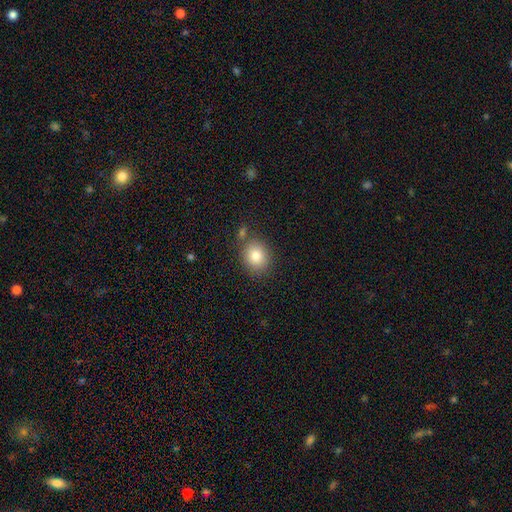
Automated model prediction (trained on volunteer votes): smooth 82%, star or artifact 10%, featured or disk 8%. Down the decision tree: how rounded — round (68%); merging — none (77%).